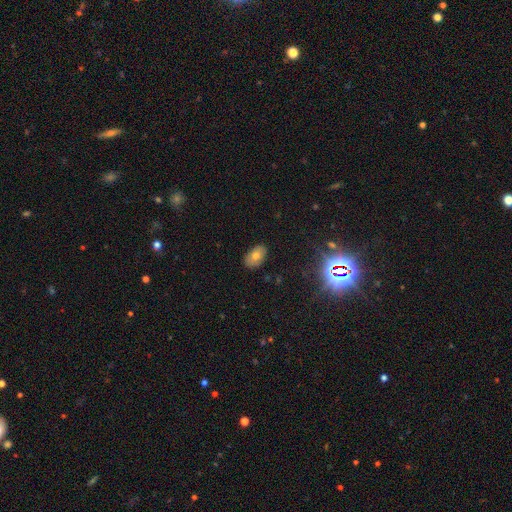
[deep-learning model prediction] Smooth or featured? smooth (67%)
How rounded? in between (89%)
Merging? none (84%)